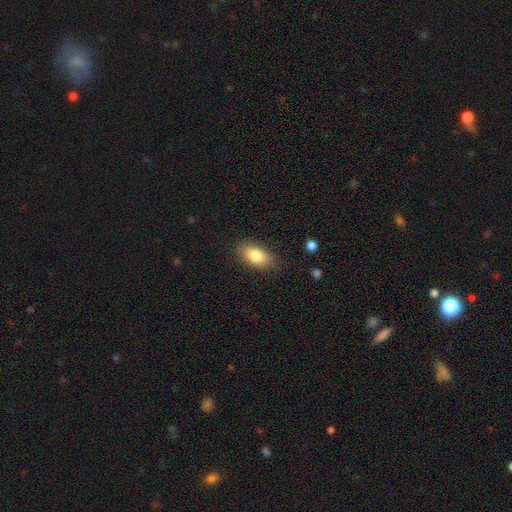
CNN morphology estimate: smooth 82%, featured or disk 11%, star or artifact 7%. Down the decision tree: how rounded — in between (90%); merging — none (85%).